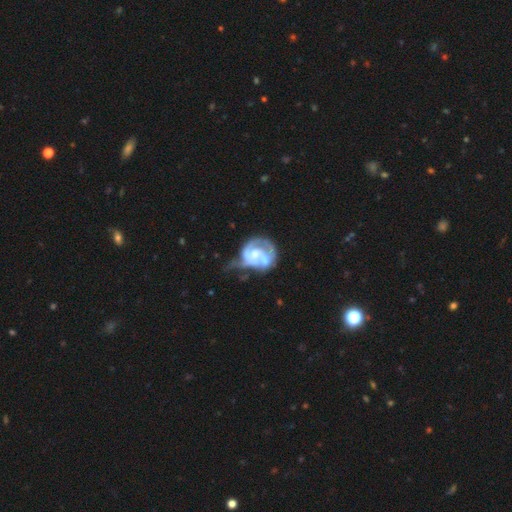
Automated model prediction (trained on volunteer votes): Smooth or featured: featured or disk — 79% (smooth — 15%)
Edge-on disk: no — 98% (yes — 2%)
Bar: no — 66% (weak — 28%)
Spiral arms: yes — 82% (no — 18%)
Spiral winding: tight — 45% (medium — 38%)
Spiral arm count: 2 — 43% (can't tell — 23%)
Bulge size: moderate — 46% (small — 34%)
Merging: major disturbance — 34% (none — 23%)